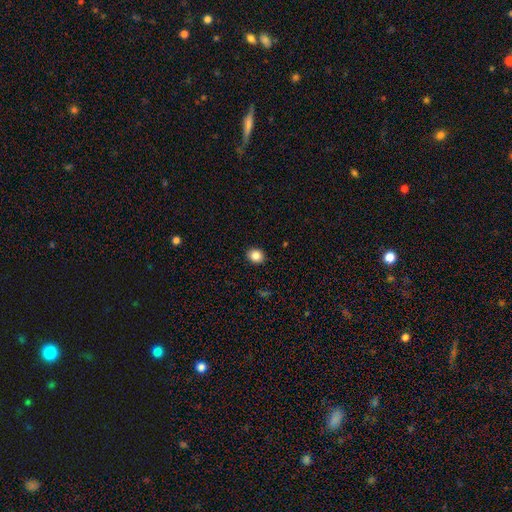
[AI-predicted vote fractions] Smooth or featured: smooth — 86% (star or artifact — 10%)
How rounded: round — 71% (in between — 28%)
Merging: none — 92% (minor disturbance — 6%)